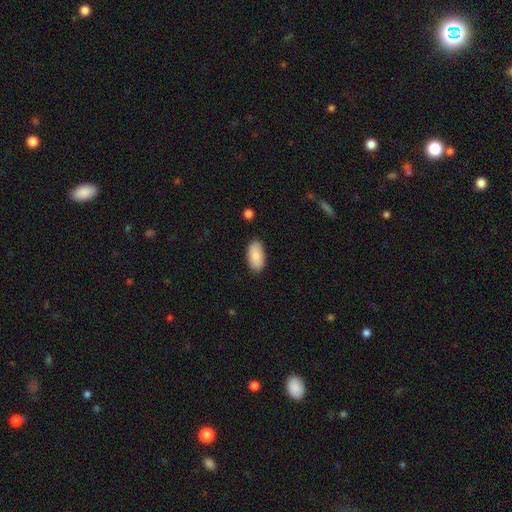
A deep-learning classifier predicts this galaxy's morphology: Smooth or featured: smooth — 86% (featured or disk — 8%)
How rounded: in between — 95% (round — 3%)
Merging: none — 87% (minor disturbance — 10%)